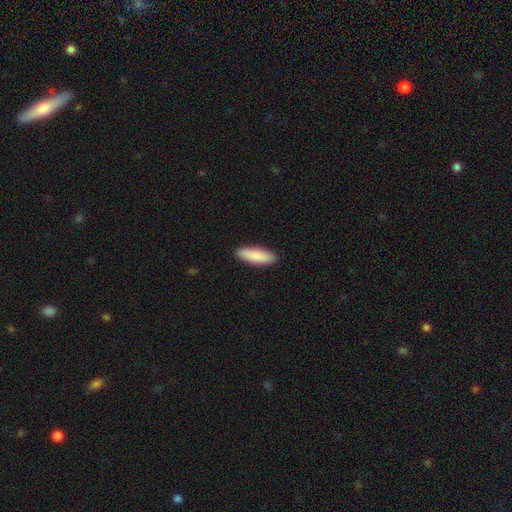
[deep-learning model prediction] A smooth galaxy with no disk features (89%) that is cigar-shaped (49%, tied with in between).

Vote fractions:
- Smooth or featured? smooth: 89% / featured or disk: 6% / star or artifact: 5%
- How rounded? cigar-shaped: 49% (tied) / in between: 49% (tied) / round: 2%
- Merging? none: 91% / minor disturbance: 7% / major disturbance: 1% / merger: 1%